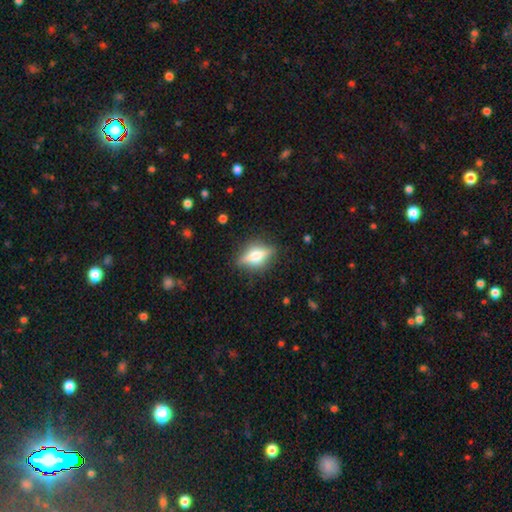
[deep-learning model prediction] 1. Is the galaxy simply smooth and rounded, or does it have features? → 57% featured or disk, 35% smooth, 8% star or artifact.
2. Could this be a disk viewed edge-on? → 88% yes, 12% no.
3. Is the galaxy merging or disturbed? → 82% none, 12% minor disturbance, 4% major disturbance, 1% merger.